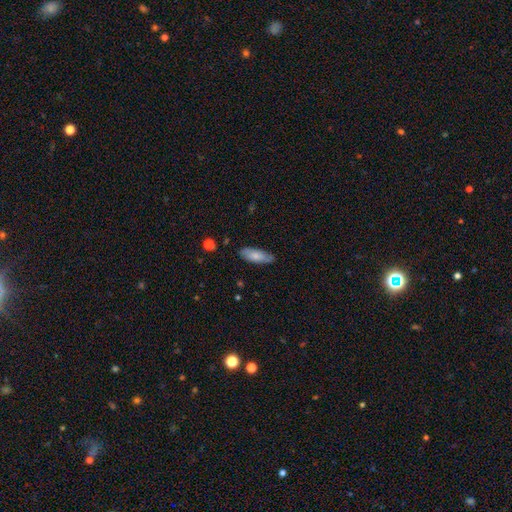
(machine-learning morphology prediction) A smooth galaxy with no disk features (75%) that is in between round and cigar-shaped (69%). Merging: none (81%).